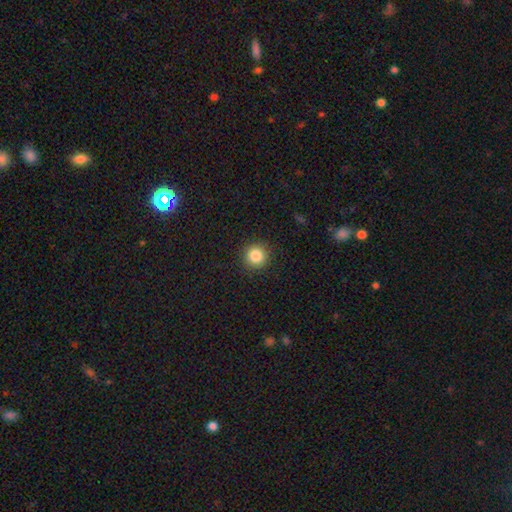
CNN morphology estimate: Smooth or featured?
  - smooth: 85% *
  - star or artifact: 10%
  - featured or disk: 4%
How rounded?
  - round: 94% *
  - in between: 5%
  - cigar-shaped: 1%
Merging?
  - none: 92% *
  - minor disturbance: 6%
  - major disturbance: 2%
  - merger: 1%